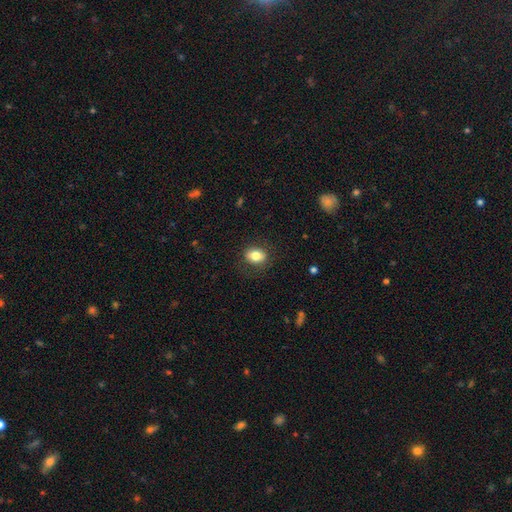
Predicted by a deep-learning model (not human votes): Q: Smooth or featured?
A: smooth (81%); runner-up: featured or disk (10%)
Q: How rounded?
A: in between (65%); runner-up: round (33%)
Q: Merging?
A: none (81%); runner-up: minor disturbance (13%)